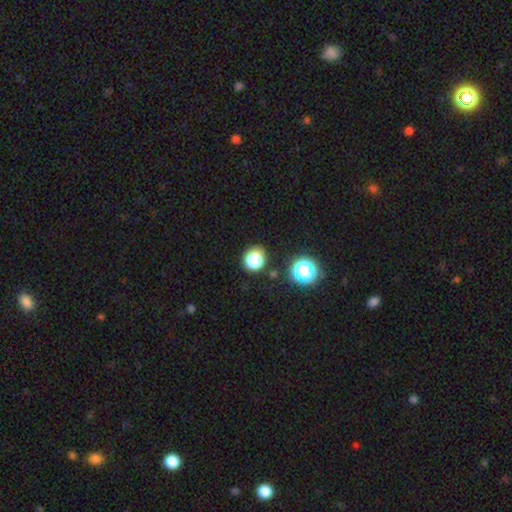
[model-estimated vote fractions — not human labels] Smooth or featured: smooth — 78% (star or artifact — 16%)
How rounded: round — 84% (in between — 15%)
Merging: none — 80% (minor disturbance — 11%)